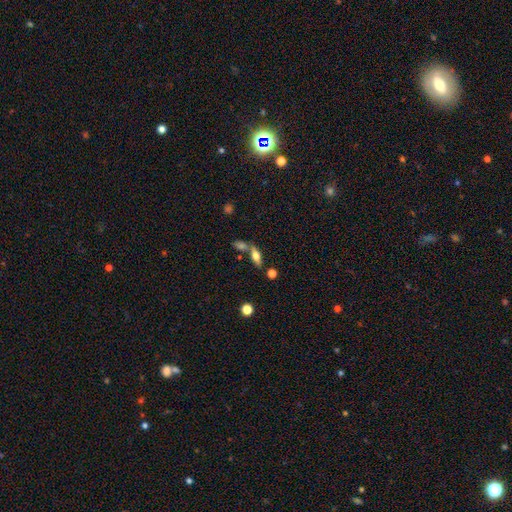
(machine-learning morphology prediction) This appears to be a smooth galaxy with no disk features (53%) that is in between round and cigar-shaped (61%). Merging: none (57%).